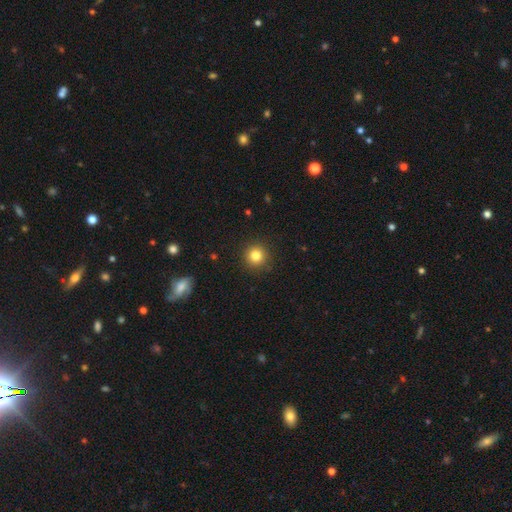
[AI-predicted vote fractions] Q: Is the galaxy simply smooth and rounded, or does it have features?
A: smooth — 83%.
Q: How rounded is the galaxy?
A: round — 95%.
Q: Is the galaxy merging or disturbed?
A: none — 90%.